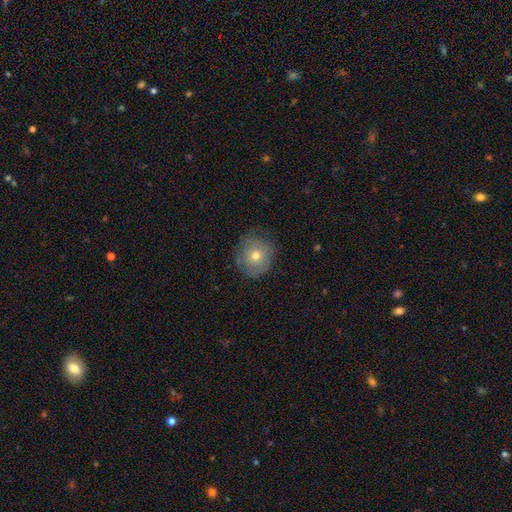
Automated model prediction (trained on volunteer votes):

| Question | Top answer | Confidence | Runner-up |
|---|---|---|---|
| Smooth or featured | smooth | 66% | featured or disk (24%) |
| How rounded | round | 87% | in between (12%) |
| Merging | none | 73% | minor disturbance (20%) |